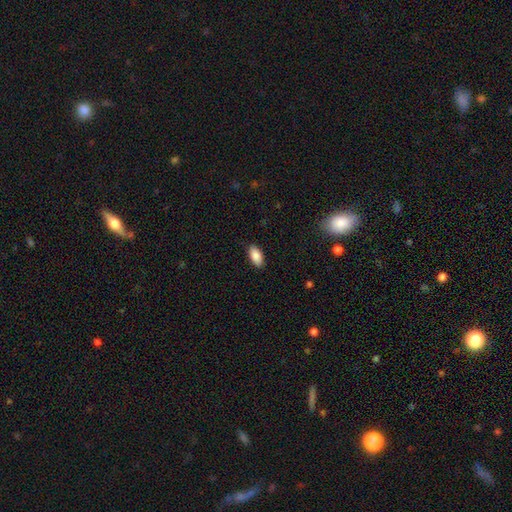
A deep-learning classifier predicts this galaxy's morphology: This appears to be a smooth galaxy with no disk features (88%) that is in between round and cigar-shaped (92%). Merging: none (88%).